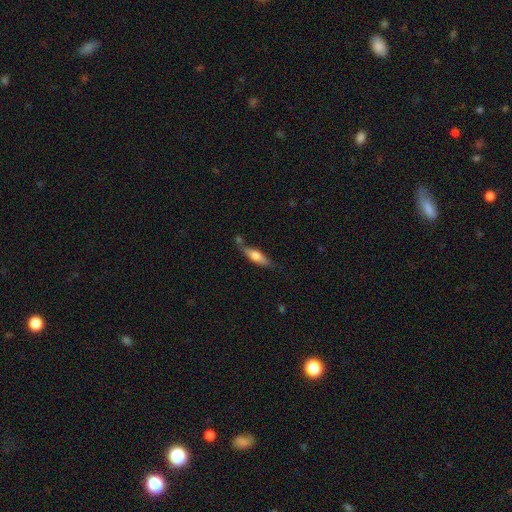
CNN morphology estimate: Smooth or featured? smooth (62%)
How rounded? cigar-shaped (57%)
Merging? none (60%)